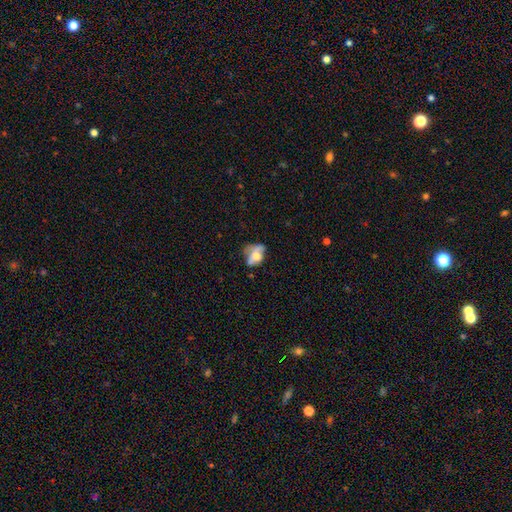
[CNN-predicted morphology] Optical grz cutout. It shows a smooth galaxy with no disk features (51%) that is in between round and cigar-shaped (69%). Merging: major disturbance (29%, tied with none).